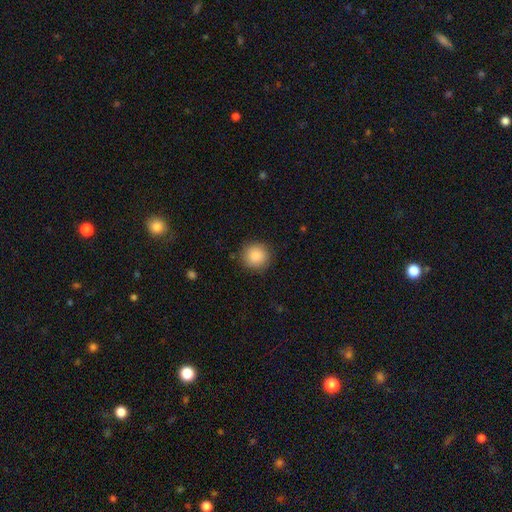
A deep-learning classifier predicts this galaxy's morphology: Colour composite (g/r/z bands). It shows a smooth galaxy with no disk features (87%) that is round (93%). Merging: none (88%).